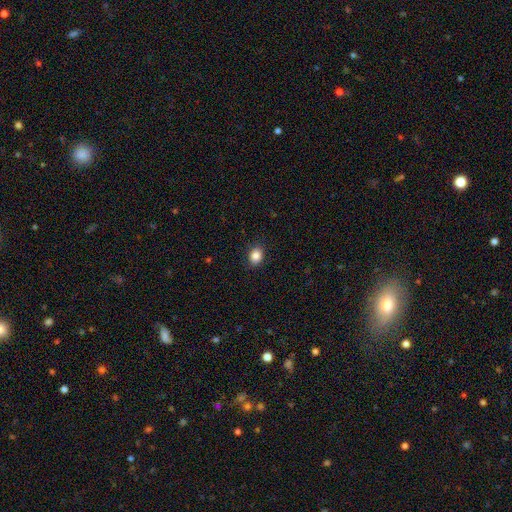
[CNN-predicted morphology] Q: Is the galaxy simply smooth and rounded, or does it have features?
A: smooth — 86%.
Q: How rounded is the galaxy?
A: in between — 53%.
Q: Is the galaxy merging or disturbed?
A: none — 89%.